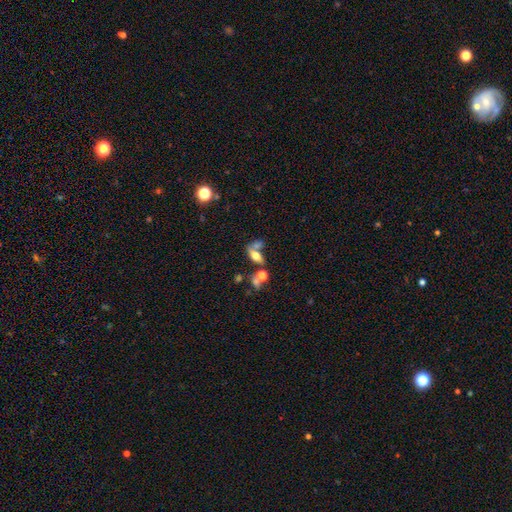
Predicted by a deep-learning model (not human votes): Smooth or featured: smooth — 58% (featured or disk — 30%)
How rounded: in between — 75% (cigar-shaped — 15%)
Merging: merger — 42% (none — 35%)